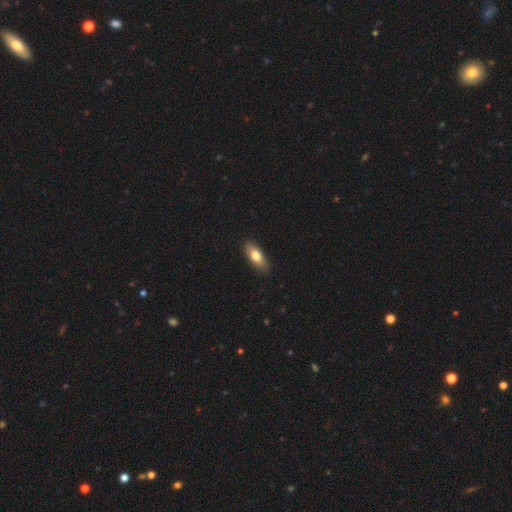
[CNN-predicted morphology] This appears to be a smooth galaxy with no disk features (75%) that is in between round and cigar-shaped (72%). Merging: none (86%).